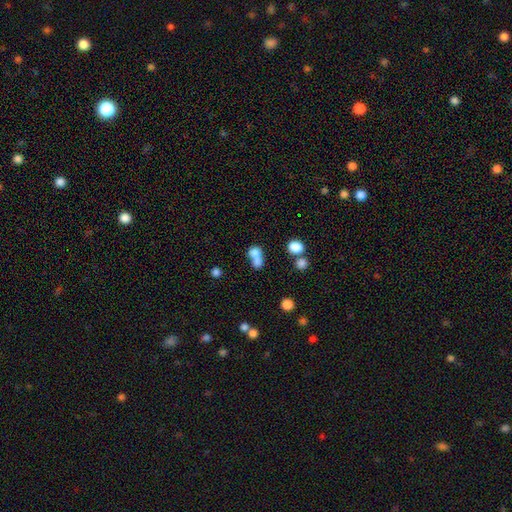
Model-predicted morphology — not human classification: smooth-or-featured: smooth: 72% | featured or disk: 16% | star or artifact: 12%
  how-rounded: round: 54% | in between: 44% | cigar-shaped: 2%
  merging: merger: 63% | none: 24% | minor disturbance: 7% | major disturbance: 6%